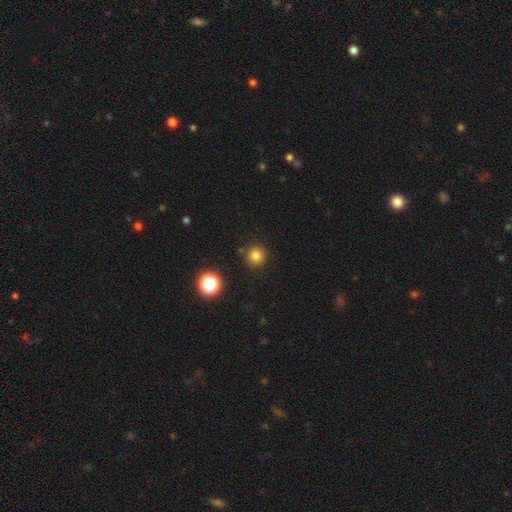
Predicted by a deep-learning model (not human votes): Smooth or featured? smooth (80%)
How rounded? round (94%)
Merging? none (89%)